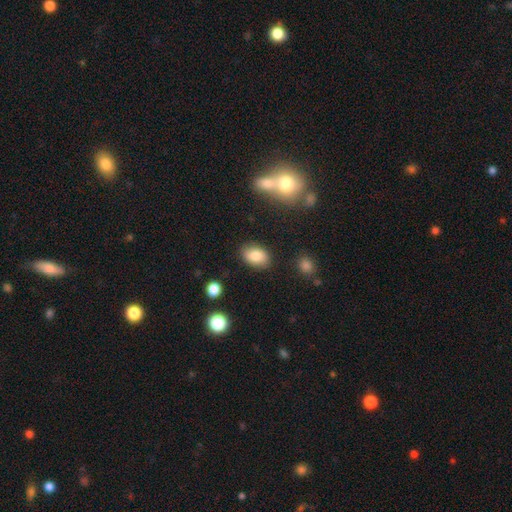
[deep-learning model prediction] Q: Smooth or featured?
A: smooth (83%); runner-up: star or artifact (8%)
Q: How rounded?
A: in between (86%); runner-up: round (13%)
Q: Merging?
A: none (84%); runner-up: minor disturbance (11%)